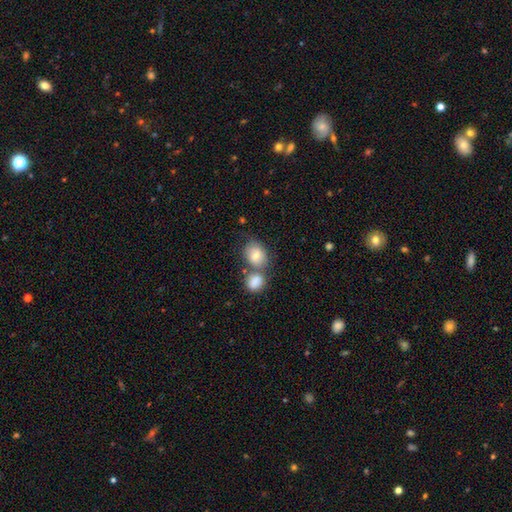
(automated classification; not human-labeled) A smooth galaxy with no disk features (76%) that is round (52%).

Vote fractions:
- Smooth or featured? smooth: 76% / featured or disk: 14% / star or artifact: 10%
- How rounded? round: 52% / in between: 47% / cigar-shaped: 1%
- Merging? none: 42% (tied) / merger: 42% (tied) / minor disturbance: 12% / major disturbance: 4%